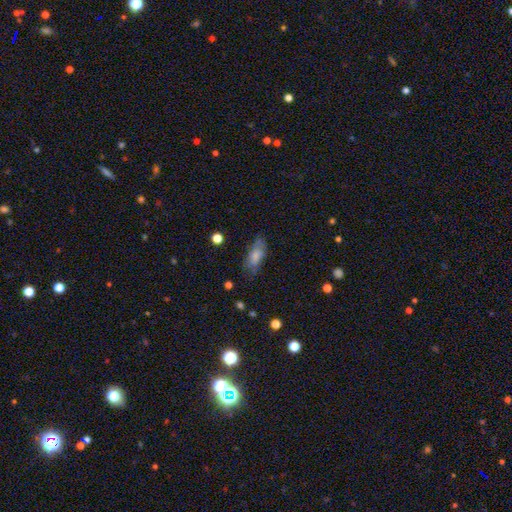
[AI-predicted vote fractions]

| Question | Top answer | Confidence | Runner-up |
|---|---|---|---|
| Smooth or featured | smooth | 74% | featured or disk (18%) |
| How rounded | in between | 78% | cigar-shaped (20%) |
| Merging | none | 64% | minor disturbance (25%) |